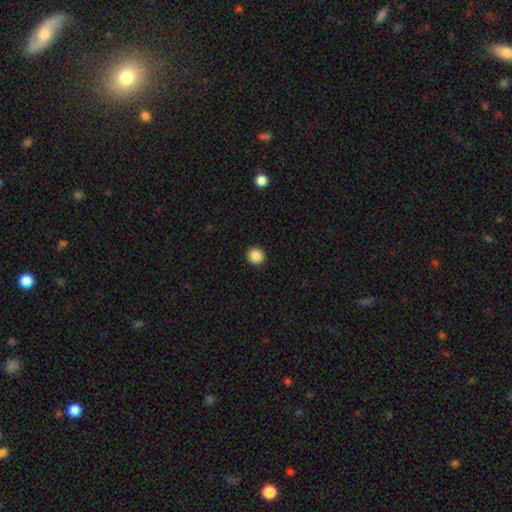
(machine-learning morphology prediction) Overall: smooth (87%). How rounded: round (92%). Merging: none (93%).